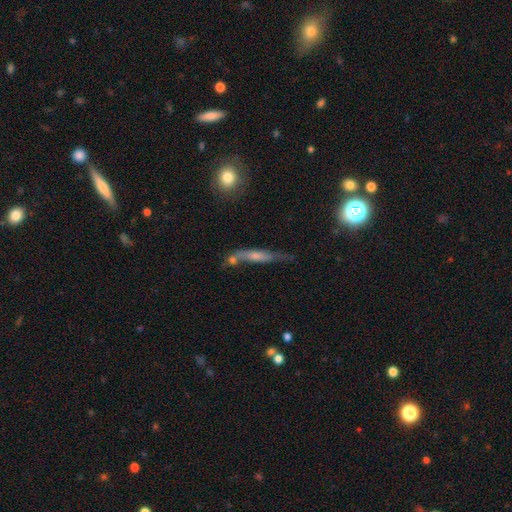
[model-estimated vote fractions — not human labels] A featured or disk galaxy (49%). Merging: none (43%).